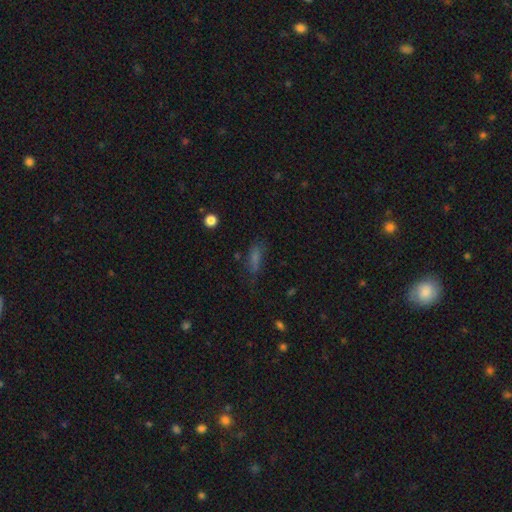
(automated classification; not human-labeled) smooth 57%, star or artifact 25%, featured or disk 18%. Down the decision tree: how rounded — in between (53%); merging — none (62%).